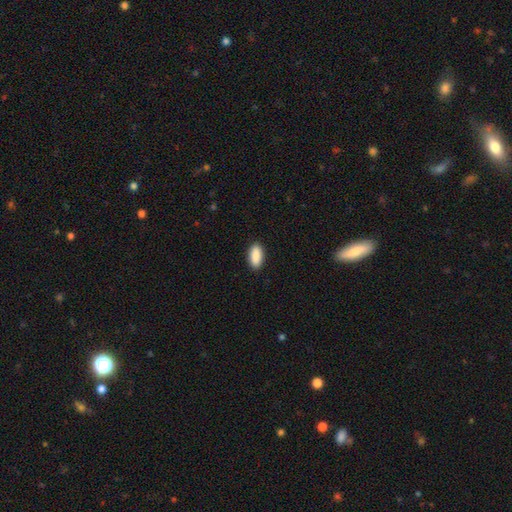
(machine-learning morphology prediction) smooth-or-featured: smooth: 91% | star or artifact: 6% | featured or disk: 3%
  how-rounded: in between: 90% | cigar-shaped: 7% | round: 2%
  merging: none: 90% | minor disturbance: 7% | major disturbance: 2% | merger: 1%